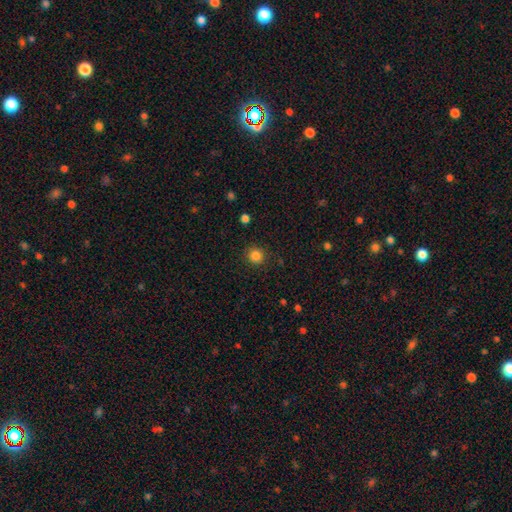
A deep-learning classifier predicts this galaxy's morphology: Q: Smooth or featured?
A: smooth (84%); runner-up: star or artifact (12%)
Q: How rounded?
A: round (93%); runner-up: in between (7%)
Q: Merging?
A: none (91%); runner-up: minor disturbance (6%)